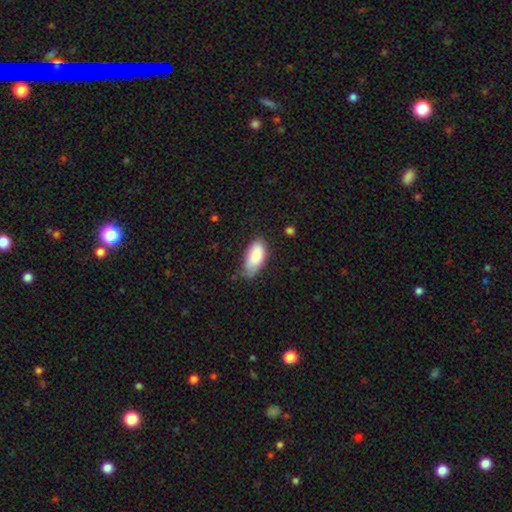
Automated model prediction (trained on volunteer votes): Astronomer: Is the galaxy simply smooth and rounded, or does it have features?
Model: smooth — 85%.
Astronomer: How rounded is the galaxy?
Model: in between — 93%.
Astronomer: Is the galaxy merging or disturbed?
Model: none — 52% (runner-up: minor disturbance, 38%).